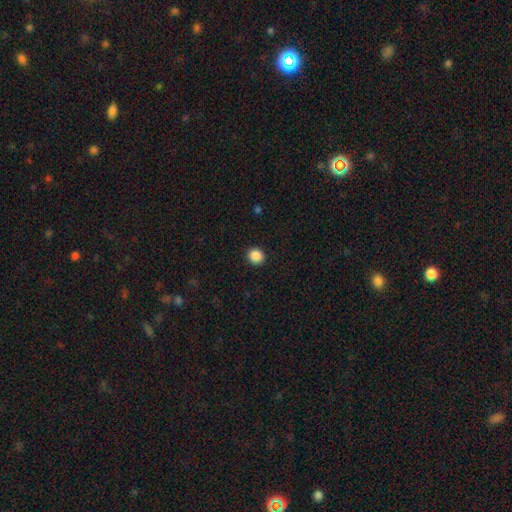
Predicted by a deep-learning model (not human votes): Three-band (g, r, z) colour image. It shows a smooth galaxy with no disk features (88%) that is round (87%). Merging: none (92%).